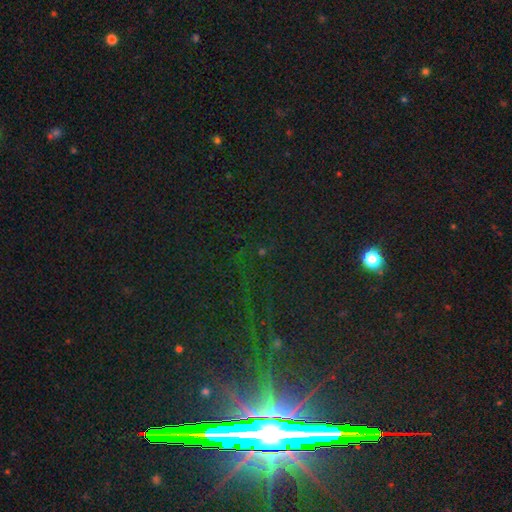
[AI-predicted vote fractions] A star or artifact, not a galaxy (77%).

Vote fractions:
- Smooth or featured? star or artifact: 77% / featured or disk: 14% / smooth: 9%